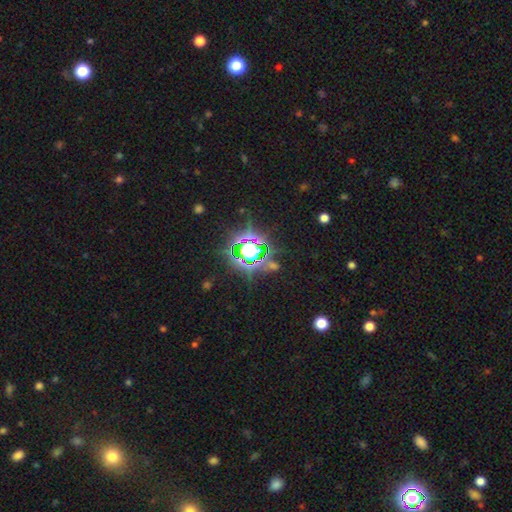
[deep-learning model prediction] Smooth or featured?
  - star or artifact: 79% *
  - smooth: 13%
  - featured or disk: 8%